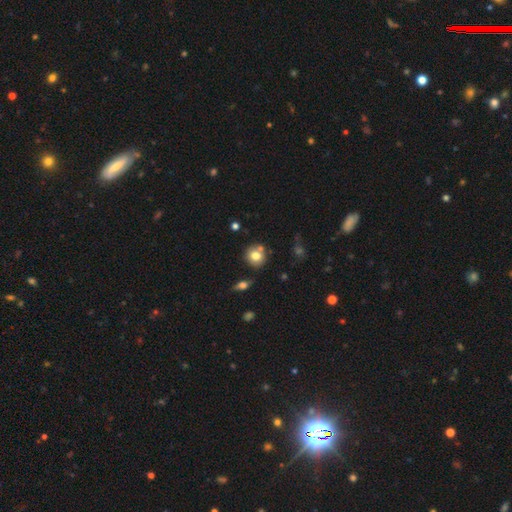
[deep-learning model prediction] This appears to be a smooth galaxy with no disk features (76%) that is round (86%). Merging: none (70%).